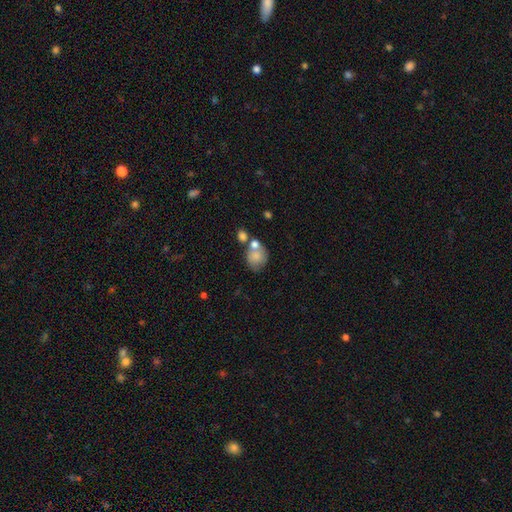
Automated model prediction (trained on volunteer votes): A smooth galaxy with no disk features (77%) that is round (64%).

Vote fractions:
- Smooth or featured? smooth: 77% / featured or disk: 15% / star or artifact: 9%
- How rounded? round: 64% / in between: 34% / cigar-shaped: 1%
- Merging? none: 44% / merger: 34% / minor disturbance: 15% / major disturbance: 7%